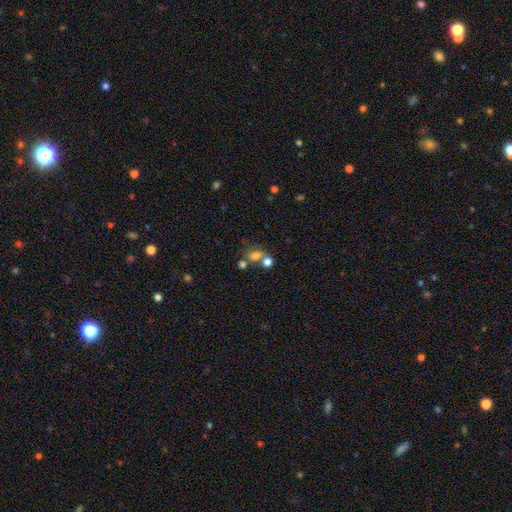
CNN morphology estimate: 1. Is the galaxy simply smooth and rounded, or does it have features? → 68% smooth, 18% star or artifact, 14% featured or disk.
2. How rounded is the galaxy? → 57% in between, 41% round, 2% cigar-shaped.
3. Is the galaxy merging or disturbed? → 41% merger, 39% none, 12% minor disturbance, 9% major disturbance.